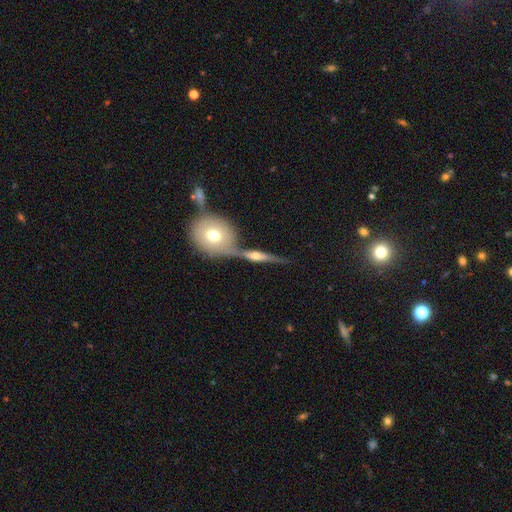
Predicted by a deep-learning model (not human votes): A featured or disk galaxy (66%) viewed edge-on (84%) with a rounded central bulge (89%). Merging: none (54%).